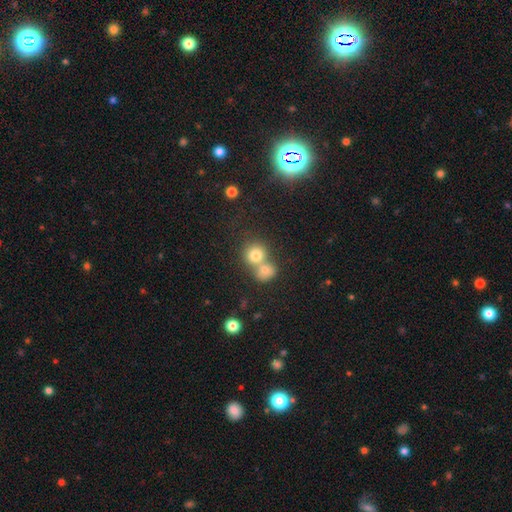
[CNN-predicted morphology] Smooth or featured: smooth — 76% (star or artifact — 12%)
How rounded: round — 82% (in between — 17%)
Merging: merger — 55% (none — 36%)